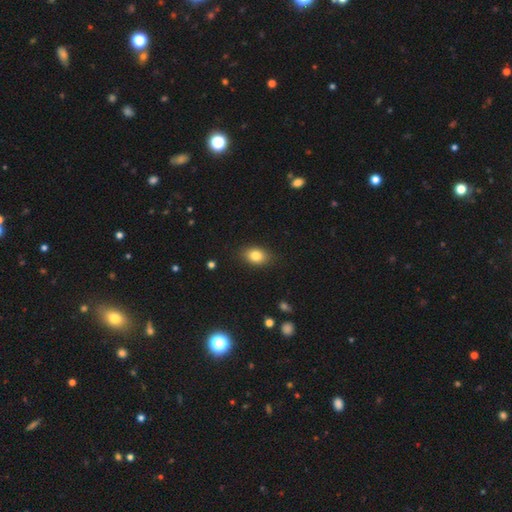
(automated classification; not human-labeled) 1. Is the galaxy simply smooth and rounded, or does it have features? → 82% smooth, 9% star or artifact, 9% featured or disk.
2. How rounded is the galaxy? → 79% in between, 19% round, 2% cigar-shaped.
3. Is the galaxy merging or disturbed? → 85% none, 12% minor disturbance, 3% major disturbance, 1% merger.